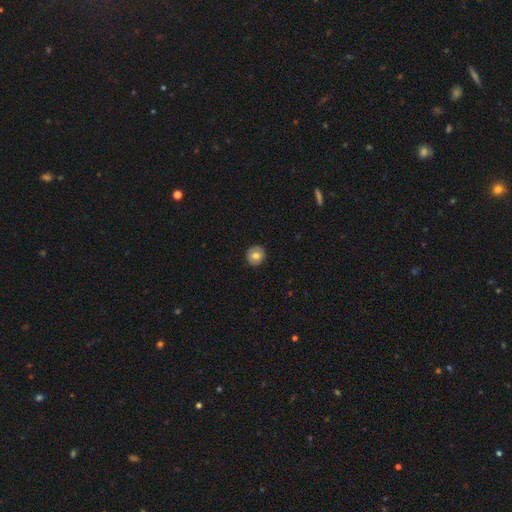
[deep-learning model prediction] Smooth or featured? Predicted: smooth (p=0.71). How rounded? Predicted: round (p=0.90). Merging? Predicted: none (p=0.89).